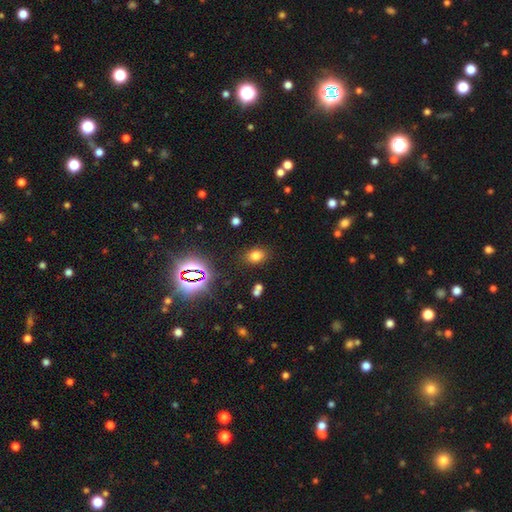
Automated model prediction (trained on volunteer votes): Overall: smooth (72%). How rounded: in between (67%; round 32%). Merging: none (83%).